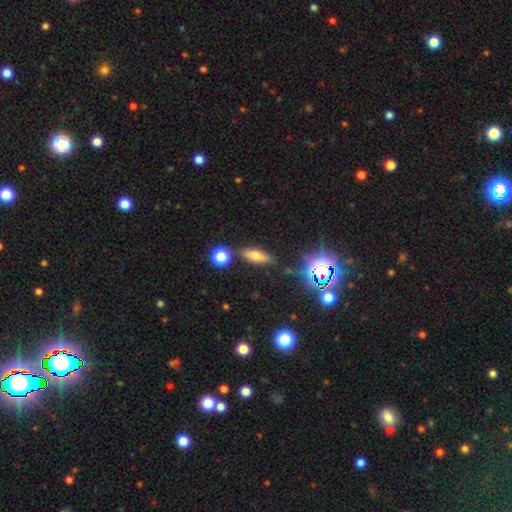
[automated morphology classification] Q: Smooth or featured?
A: smooth (57%); runner-up: featured or disk (23%)
Q: How rounded?
A: in between (58%); runner-up: cigar-shaped (35%)
Q: Merging?
A: none (79%); runner-up: minor disturbance (12%)